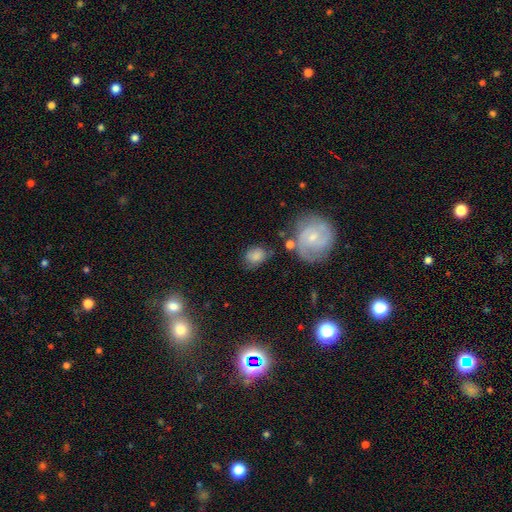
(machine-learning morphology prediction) The model was most divided on "how rounded": in between: 55%, round: 44%, cigar-shaped: 1%. More confident: smooth or featured — smooth (71%); merging — none (62%).